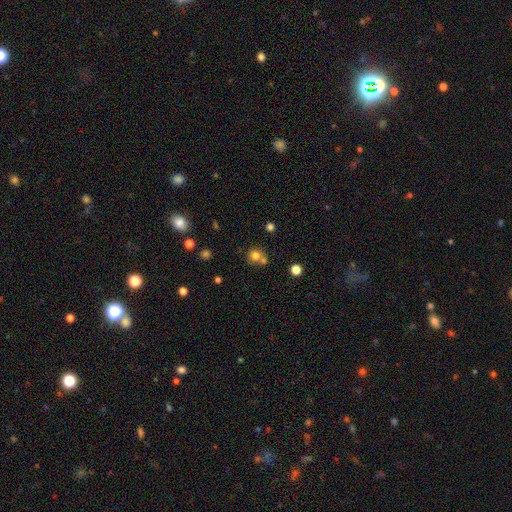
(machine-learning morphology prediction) Smooth or featured: smooth — 76% (star or artifact — 14%)
How rounded: round — 88% (in between — 11%)
Merging: none — 55% (merger — 33%)